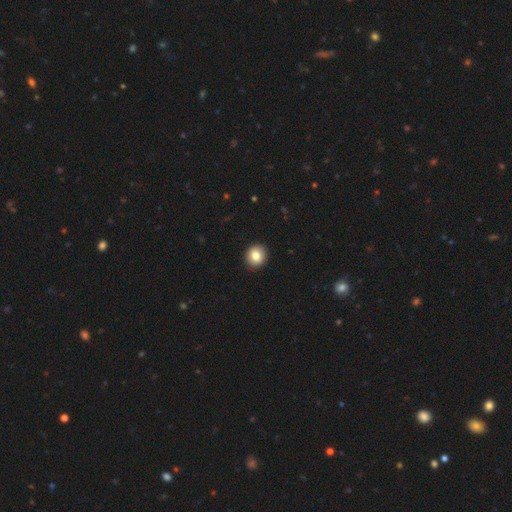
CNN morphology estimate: Smooth or featured? Predicted: smooth (p=0.82). How rounded? Predicted: round (p=0.86). Merging? Predicted: none (p=0.92).